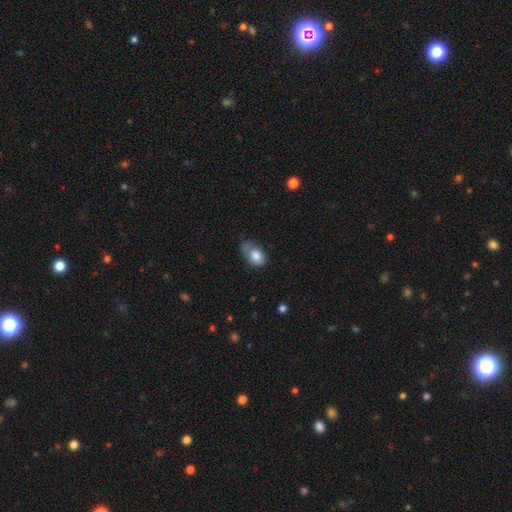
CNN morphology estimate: This appears to be a smooth galaxy with no disk features (76%) that is in between round and cigar-shaped (85%). Merging: minor disturbance (37%).